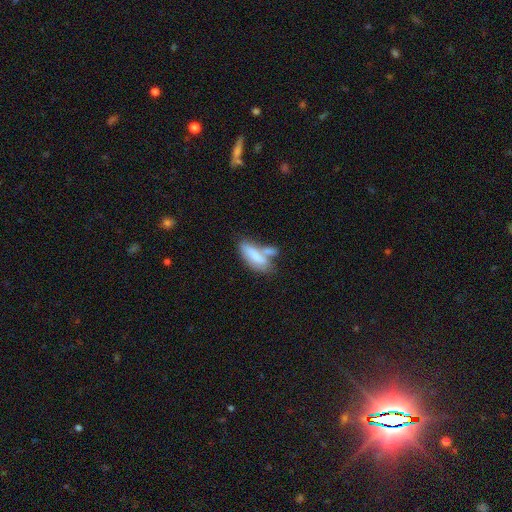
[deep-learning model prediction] smooth_or_featured: smooth (p=0.73) [alt: featured or disk p=0.20]
how_rounded: in between (p=0.64) [alt: cigar-shaped p=0.33]
merging: merger (p=0.45) [alt: none p=0.29]